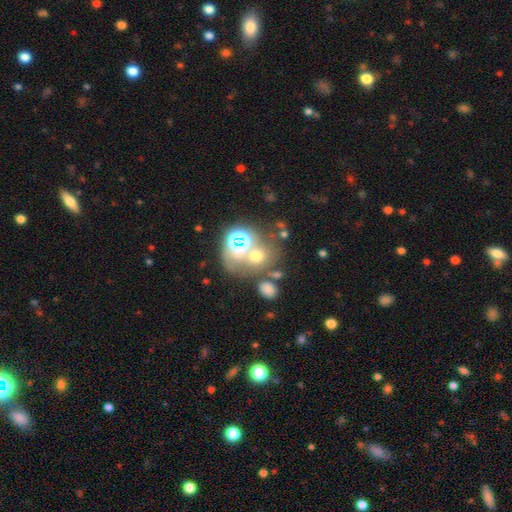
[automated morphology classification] Smooth or featured: smooth — 47% (star or artifact — 35%)
Merging: none — 48% (merger — 32%)